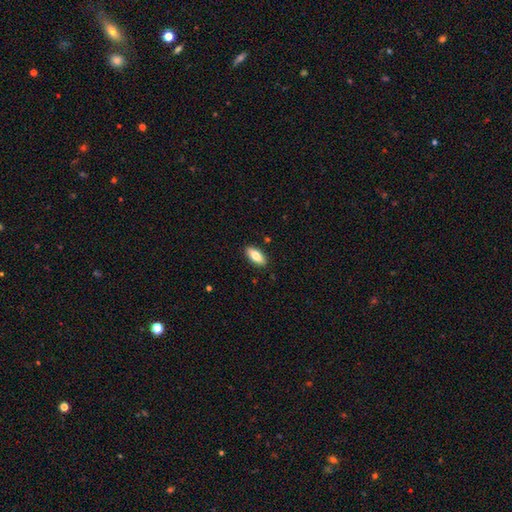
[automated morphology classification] Smooth or featured? Predicted: smooth (p=0.76). How rounded? Predicted: in between (p=0.83). Merging? Predicted: none (p=0.89).